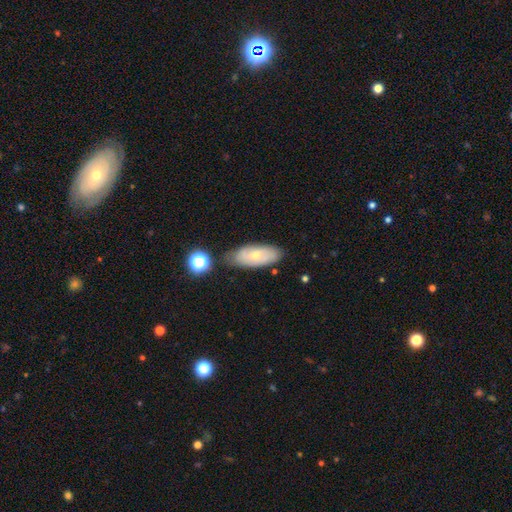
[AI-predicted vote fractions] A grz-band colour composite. It shows a smooth galaxy with no disk features (49%). Merging: none (73%).